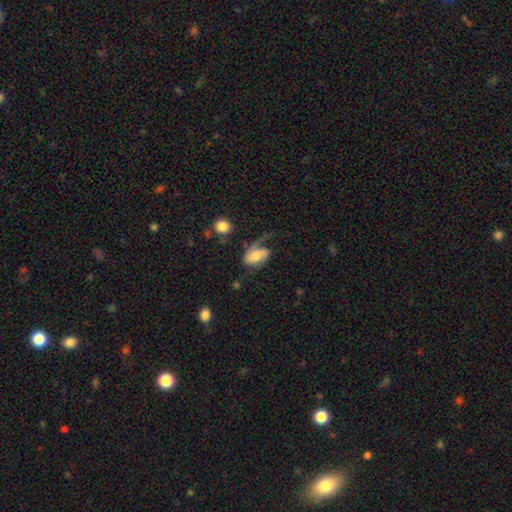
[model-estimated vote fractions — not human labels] smooth-or-featured: featured or disk: 59% | smooth: 34% | star or artifact: 7%
  disk-edge-on: no: 95% | yes: 5%
    bar: no: 48% | weak: 35% | strong: 17%
    has-spiral-arms: yes: 86% | no: 14%
    bulge-size: moderate: 59% | small: 18% | large: 17% | none: 3% | dominant: 3%
  merging: major disturbance: 37% | none: 36% | minor disturbance: 22% | merger: 5%